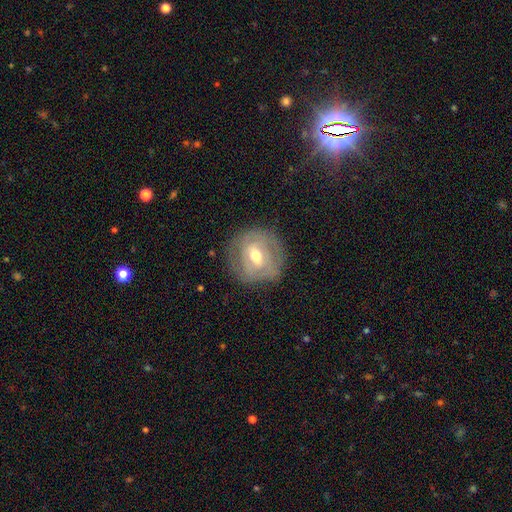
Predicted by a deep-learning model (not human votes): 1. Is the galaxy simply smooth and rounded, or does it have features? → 67% featured or disk, 25% smooth, 9% star or artifact.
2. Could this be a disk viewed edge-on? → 94% no, 6% yes.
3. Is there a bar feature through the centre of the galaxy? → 47% weak, 27% no, 26% strong.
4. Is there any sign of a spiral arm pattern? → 61% yes, 39% no.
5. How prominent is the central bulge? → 73% moderate, 20% small, 6% large, 1% none, 1% dominant.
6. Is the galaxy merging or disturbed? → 77% none, 16% minor disturbance, 6% major disturbance, 1% merger.